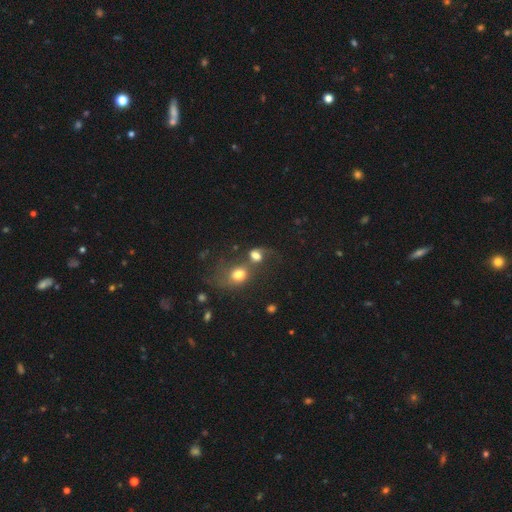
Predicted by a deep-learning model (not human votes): The model was most divided on "how rounded": round: 55%, in between: 43%, cigar-shaped: 2%. More confident: smooth or featured — smooth (66%); merging — merger (61%).